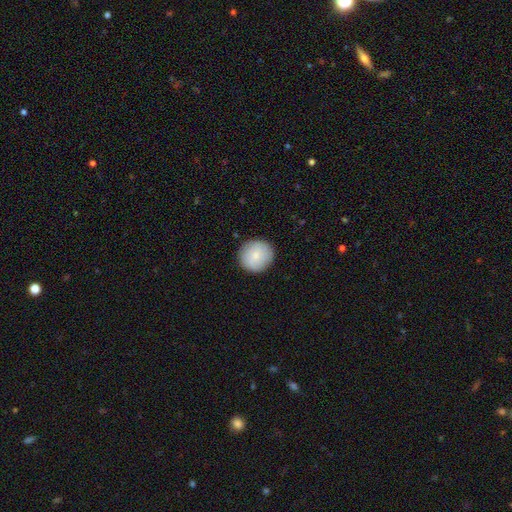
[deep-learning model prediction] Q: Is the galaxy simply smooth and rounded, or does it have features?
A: smooth — 82%.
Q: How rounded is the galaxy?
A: round — 94%.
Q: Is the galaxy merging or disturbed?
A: none — 89%.